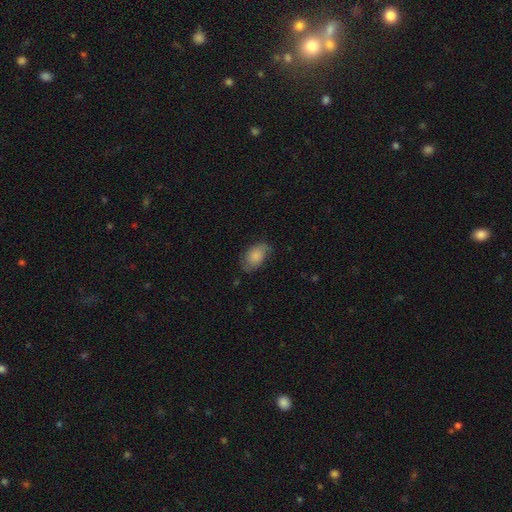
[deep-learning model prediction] The model was most divided on "merging": none: 68%, minor disturbance: 24%, major disturbance: 7%, merger: 1%. More confident: how rounded — in between (90%); smooth or featured — smooth (74%).